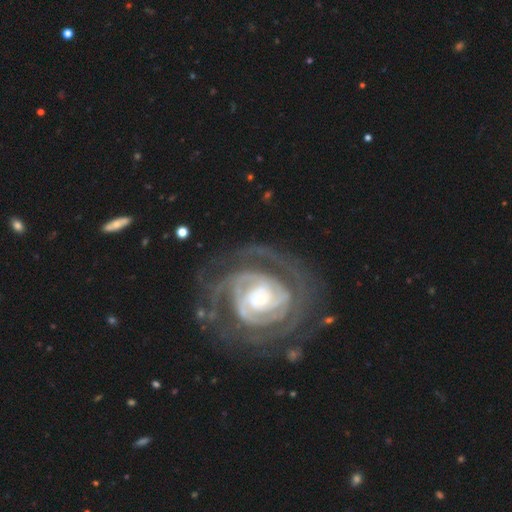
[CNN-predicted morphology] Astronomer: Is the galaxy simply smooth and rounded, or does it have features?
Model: featured or disk — 88%.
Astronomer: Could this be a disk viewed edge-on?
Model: no — 97%.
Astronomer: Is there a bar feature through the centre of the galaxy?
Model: no — 55%.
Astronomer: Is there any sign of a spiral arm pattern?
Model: yes — 94%.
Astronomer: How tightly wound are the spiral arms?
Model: tight — 76%.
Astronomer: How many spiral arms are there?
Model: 2 — 37% (runner-up: can't tell, 26%).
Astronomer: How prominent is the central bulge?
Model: moderate — 44% (runner-up: large, 30%).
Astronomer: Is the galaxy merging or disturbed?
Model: none — 74%.